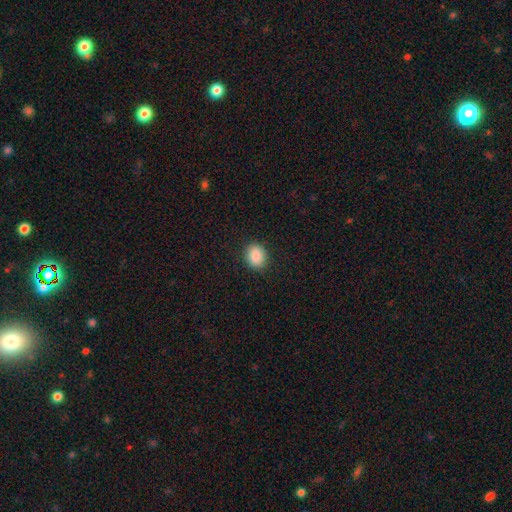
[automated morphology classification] Q: Smooth or featured?
A: smooth (88%); runner-up: star or artifact (8%)
Q: How rounded?
A: round (51%); runner-up: in between (48%)
Q: Merging?
A: none (90%); runner-up: minor disturbance (7%)